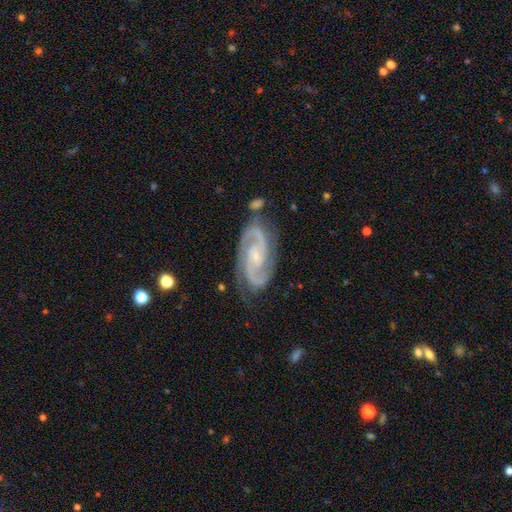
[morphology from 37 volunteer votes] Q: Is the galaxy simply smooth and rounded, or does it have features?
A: featured or disk — 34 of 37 (92%).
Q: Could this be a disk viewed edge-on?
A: no — 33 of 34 (97%).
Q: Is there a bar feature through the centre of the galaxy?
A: weak — 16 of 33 (48%).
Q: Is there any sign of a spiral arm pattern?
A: yes — 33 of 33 (100%).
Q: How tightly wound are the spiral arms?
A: medium — 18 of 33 (55%).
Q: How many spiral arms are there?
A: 2 — 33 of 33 (100%).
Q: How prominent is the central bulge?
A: small — 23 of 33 (70%).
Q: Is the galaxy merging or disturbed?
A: none — 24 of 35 (69%).